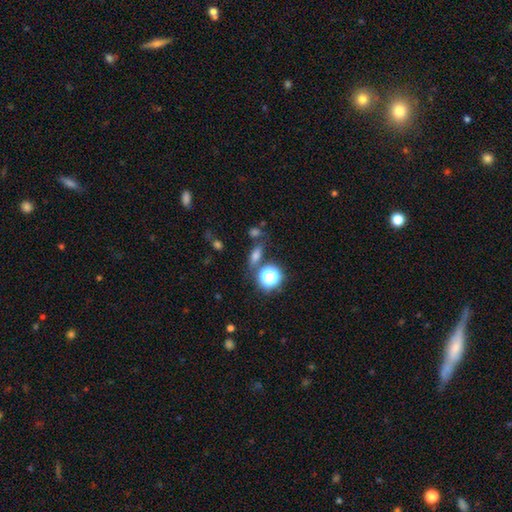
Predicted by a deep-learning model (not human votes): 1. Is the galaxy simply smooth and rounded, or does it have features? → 63% smooth, 24% star or artifact, 13% featured or disk.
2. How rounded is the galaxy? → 51% in between, 27% round, 22% cigar-shaped.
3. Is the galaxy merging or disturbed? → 72% none, 12% minor disturbance, 11% merger, 5% major disturbance.